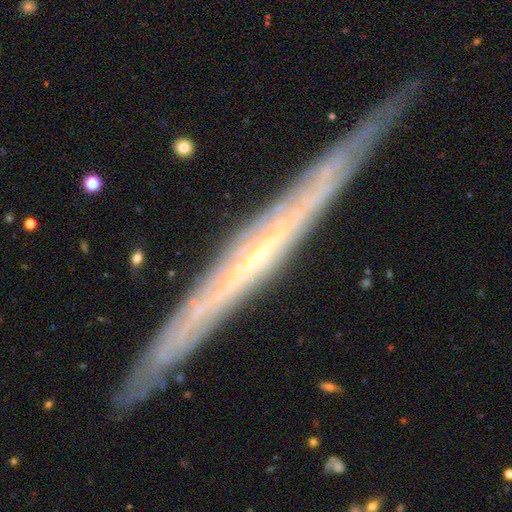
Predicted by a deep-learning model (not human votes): Smooth or featured: featured or disk — 76% (smooth — 16%)
Edge-on disk: yes — 93% (no — 7%)
Edge-on bulge: none — 80% (rounded — 15%)
Merging: none — 87% (minor disturbance — 10%)